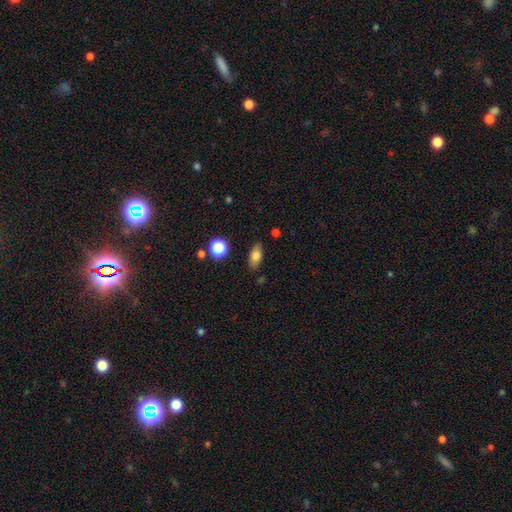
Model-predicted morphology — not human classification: Smooth or featured? smooth (78%)
How rounded? in between (83%)
Merging? none (84%)